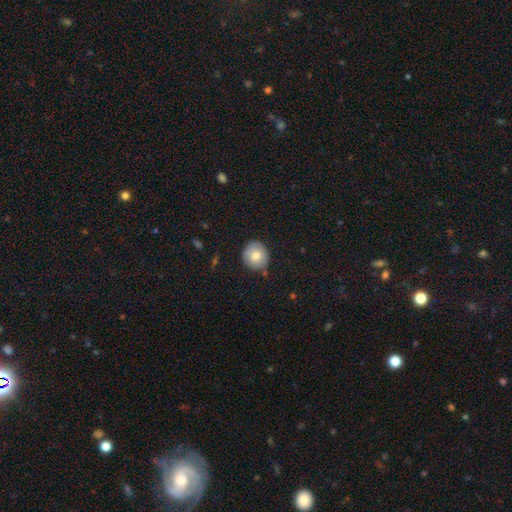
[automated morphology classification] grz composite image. It shows a smooth galaxy with no disk features (77%) that is round (89%). Merging: none (77%).